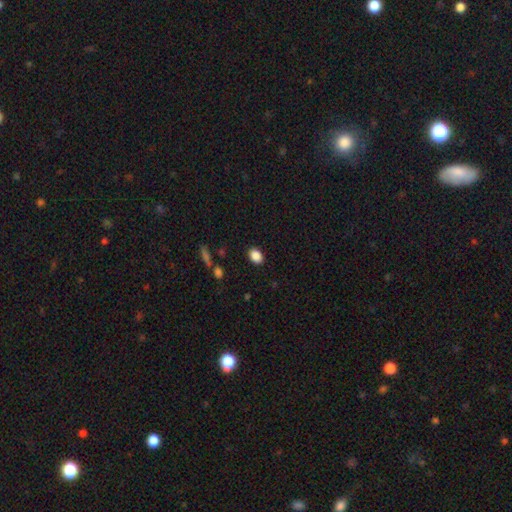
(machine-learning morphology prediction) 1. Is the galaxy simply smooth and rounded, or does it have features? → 87% smooth, 9% star or artifact, 4% featured or disk.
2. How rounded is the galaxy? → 73% in between, 25% round, 1% cigar-shaped.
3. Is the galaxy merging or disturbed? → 88% none, 9% minor disturbance, 2% major disturbance, 2% merger.